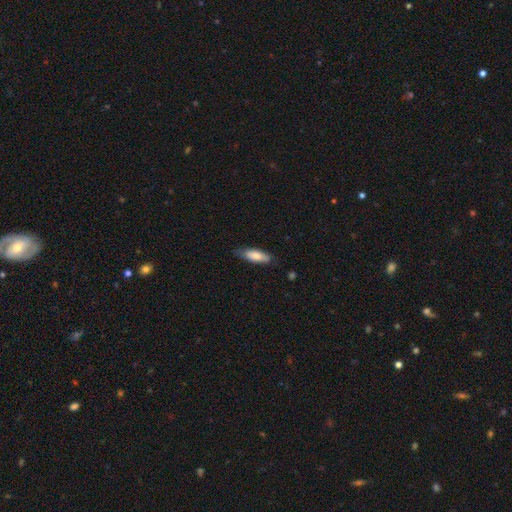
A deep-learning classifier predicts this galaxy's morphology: type=smooth (79%); roundness=in between (64%); merging=none (76%).